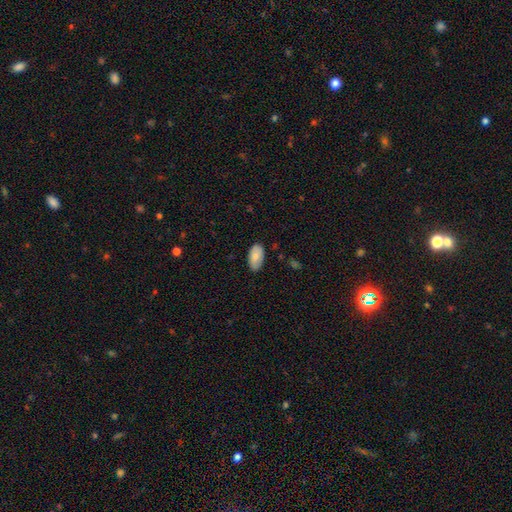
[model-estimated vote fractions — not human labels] Q: Smooth or featured?
A: smooth (82%); runner-up: featured or disk (12%)
Q: How rounded?
A: in between (95%); runner-up: round (3%)
Q: Merging?
A: none (82%); runner-up: minor disturbance (14%)